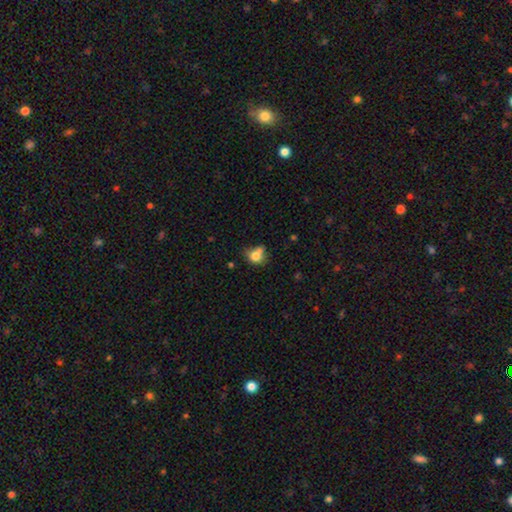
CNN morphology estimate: This is likely a smooth galaxy (77%). How rounded: likely round (61%). Merging: marginally none (43%).